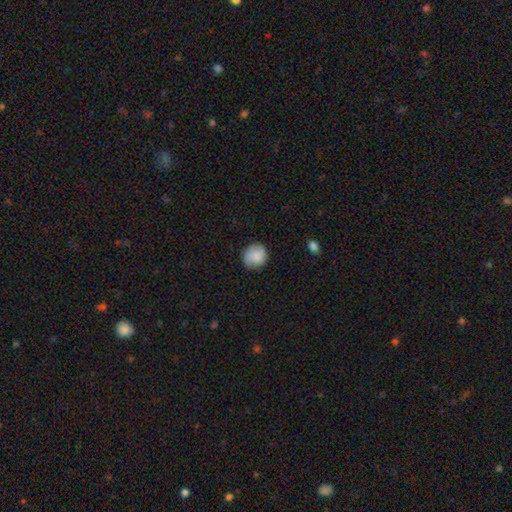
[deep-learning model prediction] Overall: smooth (84%). How rounded: round (87%). Merging: none (82%).